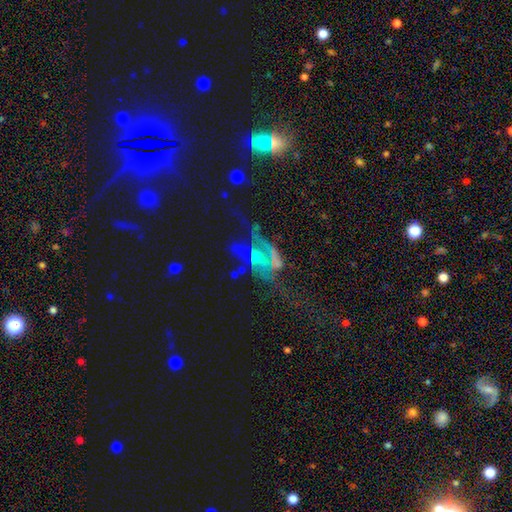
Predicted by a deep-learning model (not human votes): featured or disk 56%, star or artifact 30%, smooth 14%. Down the decision tree: edge-on disk — no (88%); merging — major disturbance (35%).